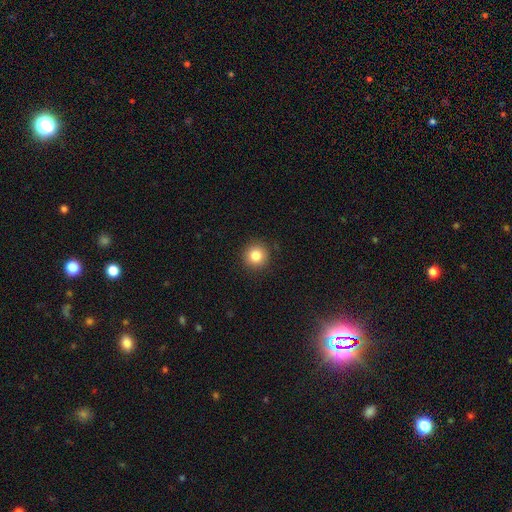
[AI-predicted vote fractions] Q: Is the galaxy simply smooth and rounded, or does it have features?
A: smooth — 84%.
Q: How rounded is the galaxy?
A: round — 94%.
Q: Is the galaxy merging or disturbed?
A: none — 91%.